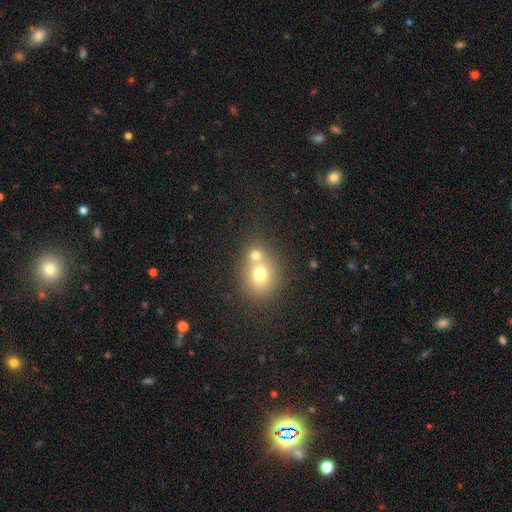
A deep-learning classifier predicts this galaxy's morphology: Overall: smooth (71%). How rounded: round (75%). Merging: merger (50%; none 40%).